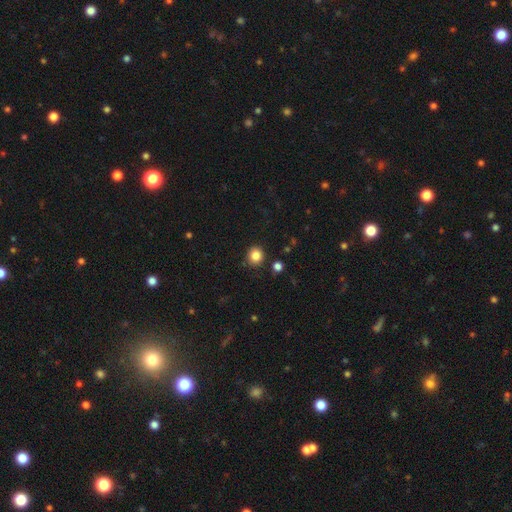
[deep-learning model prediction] Morphology: type=smooth (85%); roundness=round (87%); merging=none (88%).